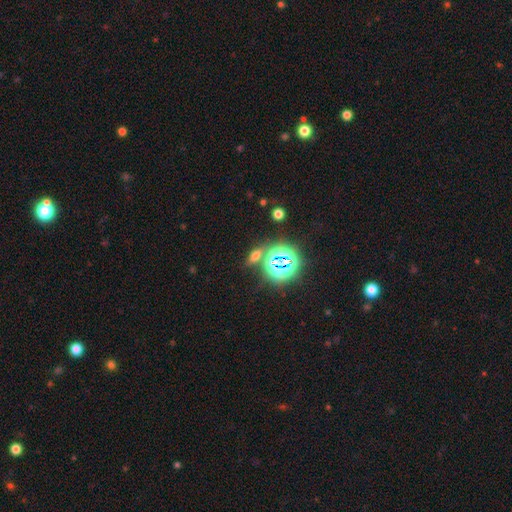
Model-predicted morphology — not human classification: smooth 43%, star or artifact 41%, featured or disk 16%. Down the decision tree: merging — none (75%).